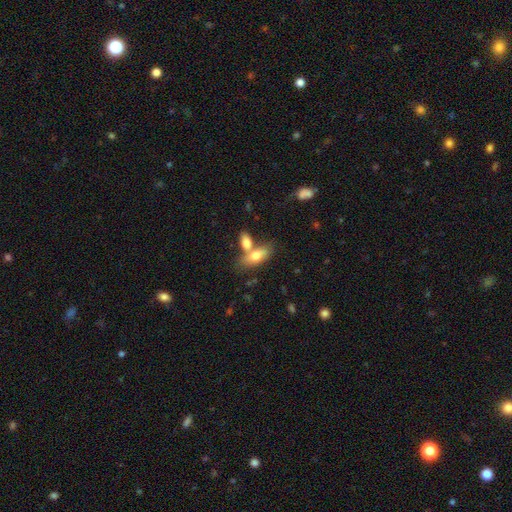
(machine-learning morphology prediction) type=smooth (72%); roundness=in between (81%); merging=merger (46%).